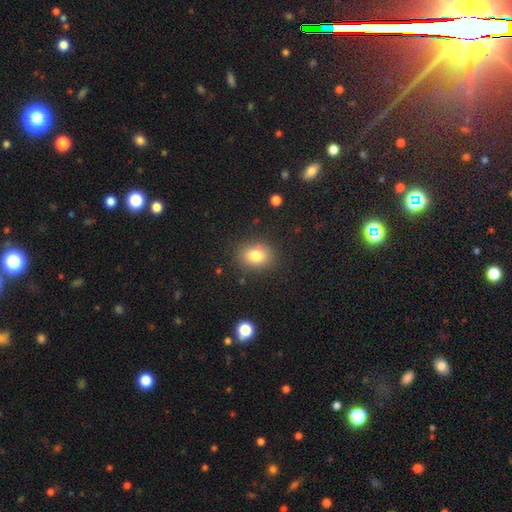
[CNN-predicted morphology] smooth 80%, star or artifact 11%, featured or disk 9%. Down the decision tree: how rounded — round (52%); merging — none (84%).